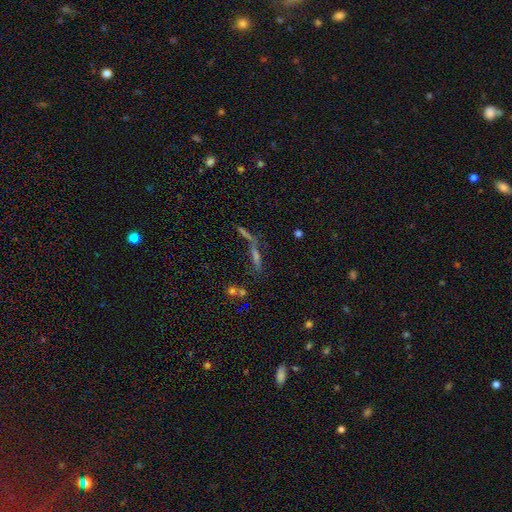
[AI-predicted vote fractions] This appears to be a featured or disk galaxy (38%). Merging: none (53%).